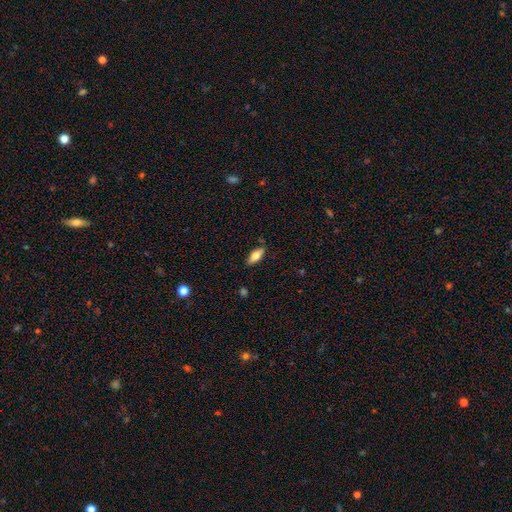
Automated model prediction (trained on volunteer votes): Morphology: type=smooth (69%); roundness=in between (75%); merging=none (85%).